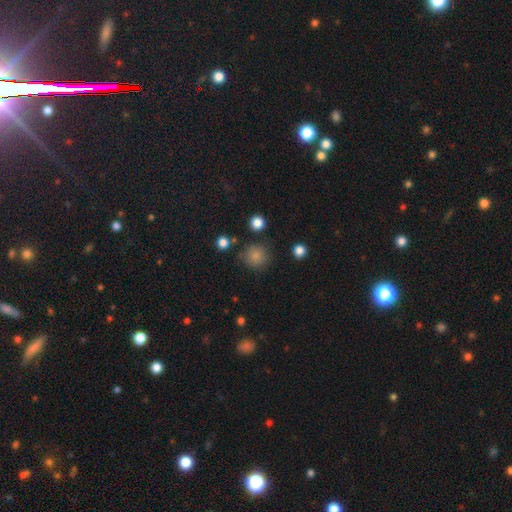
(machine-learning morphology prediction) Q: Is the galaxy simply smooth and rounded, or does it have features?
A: smooth — 82%.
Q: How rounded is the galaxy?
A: round — 91%.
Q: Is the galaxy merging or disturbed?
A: none — 81%.